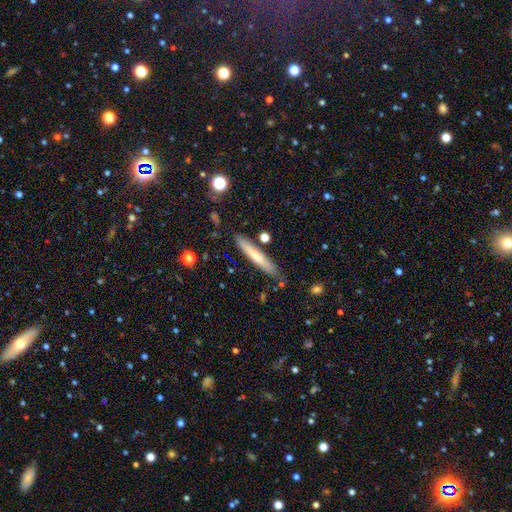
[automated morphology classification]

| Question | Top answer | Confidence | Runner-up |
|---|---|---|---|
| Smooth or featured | smooth | 64% | featured or disk (30%) |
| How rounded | cigar-shaped | 92% | in between (6%) |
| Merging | none | 83% | minor disturbance (12%) |